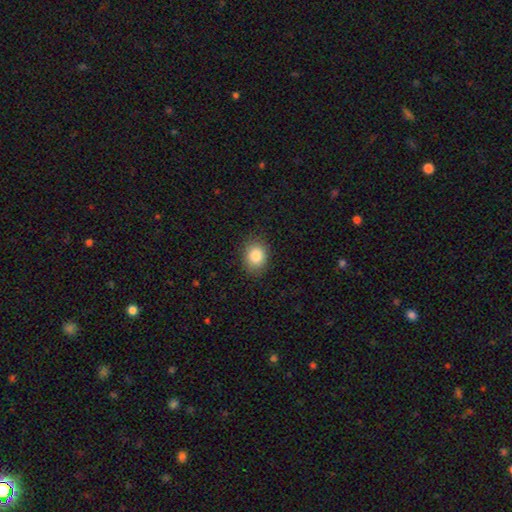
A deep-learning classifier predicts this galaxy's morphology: Smooth or featured?
  - smooth: 84% *
  - star or artifact: 9%
  - featured or disk: 6%
How rounded?
  - in between: 55% *
  - round: 44%
  - cigar-shaped: 1%
Merging?
  - none: 86% *
  - minor disturbance: 10%
  - major disturbance: 3%
  - merger: 1%